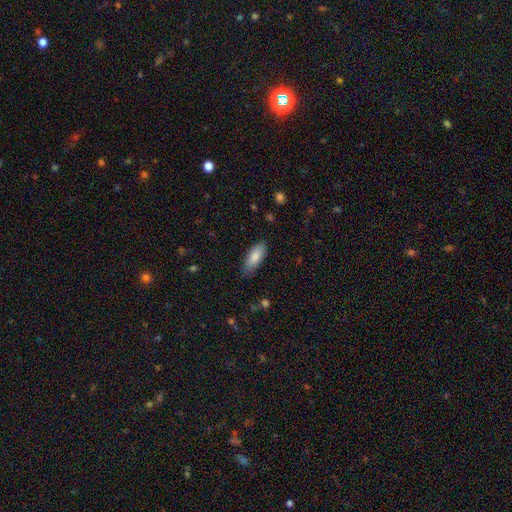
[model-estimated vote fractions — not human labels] This is clearly a smooth galaxy (84%). How rounded: likely in between (69%). Merging: likely none (79%).